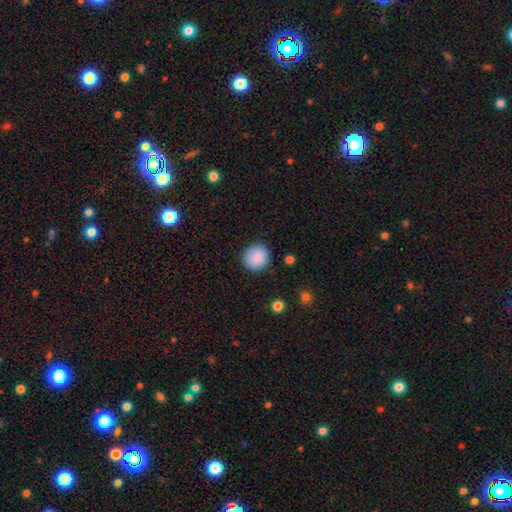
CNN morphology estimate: smooth-or-featured: smooth: 88% | star or artifact: 7% | featured or disk: 4%
  how-rounded: round: 87% | in between: 13% | cigar-shaped: 1%
  merging: none: 87% | minor disturbance: 10% | major disturbance: 2% | merger: 1%